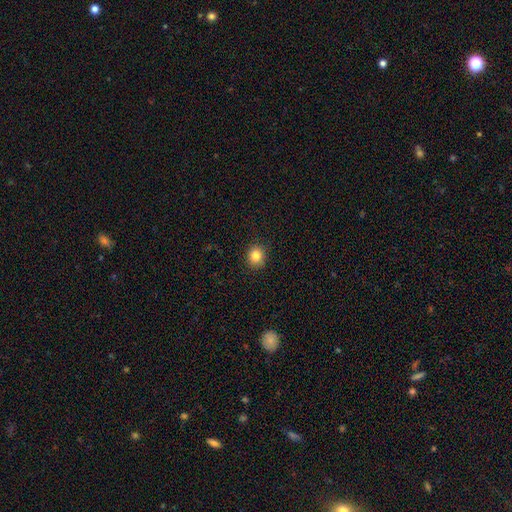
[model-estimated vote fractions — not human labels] This appears to be a smooth galaxy with no disk features (84%) that is round (81%). Merging: none (89%).